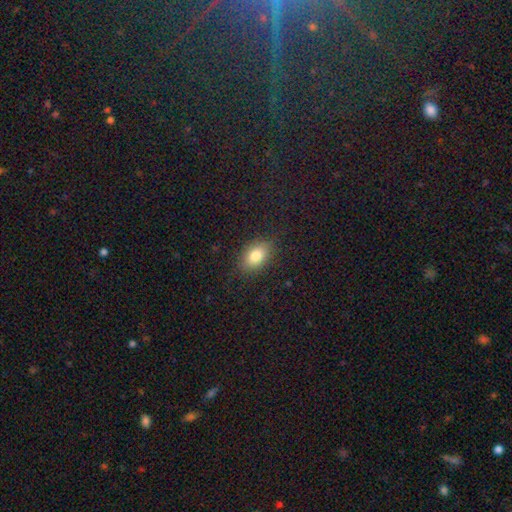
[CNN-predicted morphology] type=smooth (80%); roundness=in between (85%); merging=none (85%).